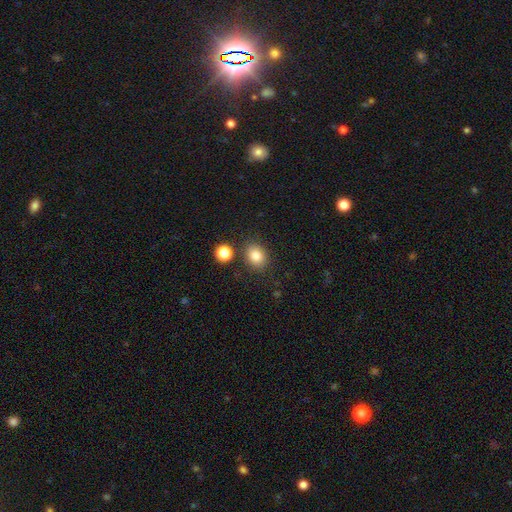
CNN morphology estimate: Smooth or featured? Predicted: smooth (p=0.84). How rounded? Predicted: round (p=0.55). Merging? Predicted: none (p=0.81).